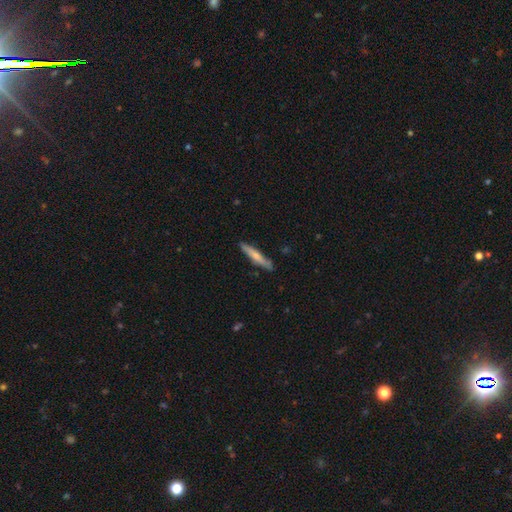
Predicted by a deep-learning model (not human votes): smooth-or-featured: smooth: 60% | featured or disk: 34% | star or artifact: 5%
  how-rounded: cigar-shaped: 91% | in between: 8% | round: 1%
  merging: none: 84% | minor disturbance: 12% | major disturbance: 2% | merger: 2%